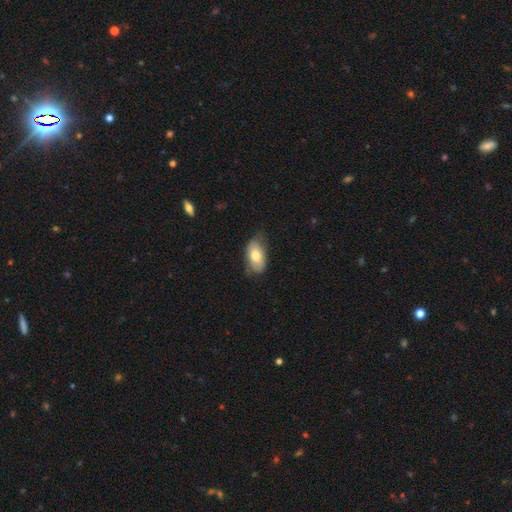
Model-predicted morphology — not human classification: Smooth or featured?
  - smooth: 72% *
  - featured or disk: 21%
  - star or artifact: 6%
How rounded?
  - in between: 92% *
  - round: 5%
  - cigar-shaped: 3%
Merging?
  - none: 64% *
  - minor disturbance: 28%
  - major disturbance: 7%
  - merger: 1%